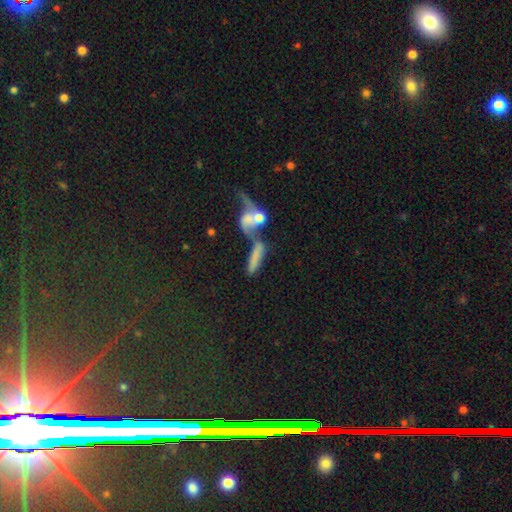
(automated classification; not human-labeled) Morphology: type=smooth (56%); roundness=cigar-shaped (65%); merging=merger (46%).